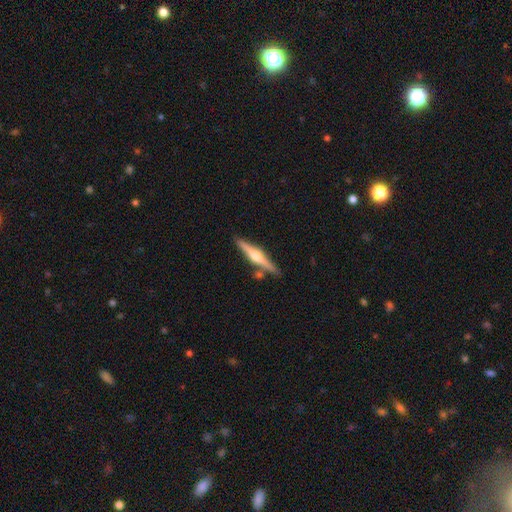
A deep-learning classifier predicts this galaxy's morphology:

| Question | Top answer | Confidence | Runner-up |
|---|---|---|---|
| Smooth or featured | featured or disk | 73% | smooth (22%) |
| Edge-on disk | yes | 98% | no (2%) |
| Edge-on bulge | rounded | 92% | boxy (4%) |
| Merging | none | 83% | minor disturbance (9%) |